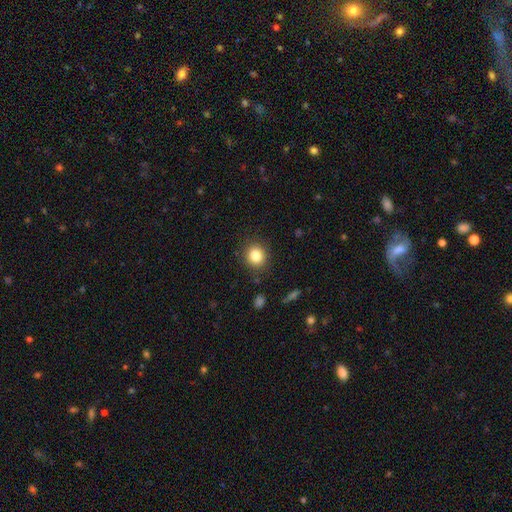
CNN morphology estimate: smooth_or_featured: smooth (p=0.83) [alt: star or artifact p=0.11]
how_rounded: round (p=0.85) [alt: in between p=0.14]
merging: none (p=0.88) [alt: minor disturbance p=0.08]